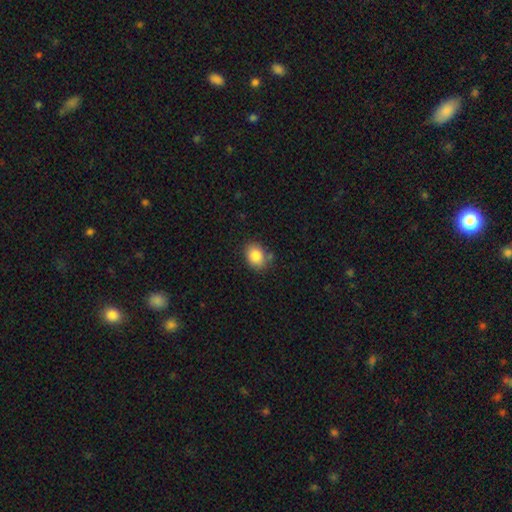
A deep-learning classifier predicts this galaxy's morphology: Q: Smooth or featured?
A: smooth (85%); runner-up: star or artifact (8%)
Q: How rounded?
A: in between (62%); runner-up: round (37%)
Q: Merging?
A: none (75%); runner-up: minor disturbance (16%)